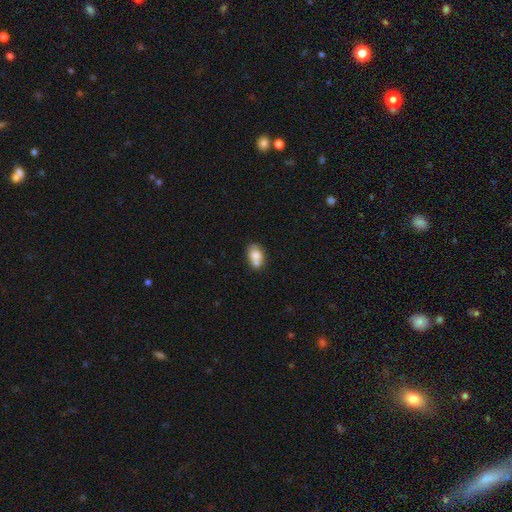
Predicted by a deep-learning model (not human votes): This is likely a smooth galaxy (73%). How rounded: likely in between (74%). Merging: marginally merger (40%, tied with none).